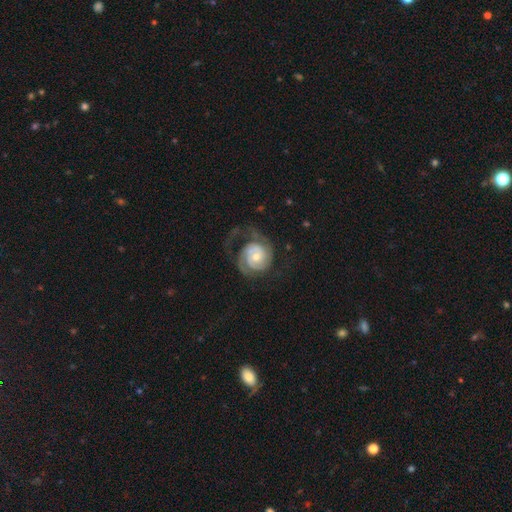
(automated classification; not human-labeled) Smooth or featured? Predicted: featured or disk (p=0.82). Edge-on disk? Predicted: no (p=0.98). Bar? Predicted: no (p=0.65). Spiral arms? Predicted: yes (p=0.94). Spiral winding? Predicted: tight (p=0.52). Spiral arm count? Predicted: 2 (p=0.63). Bulge size? Predicted: moderate (p=0.52). Merging? Predicted: none (p=0.53).